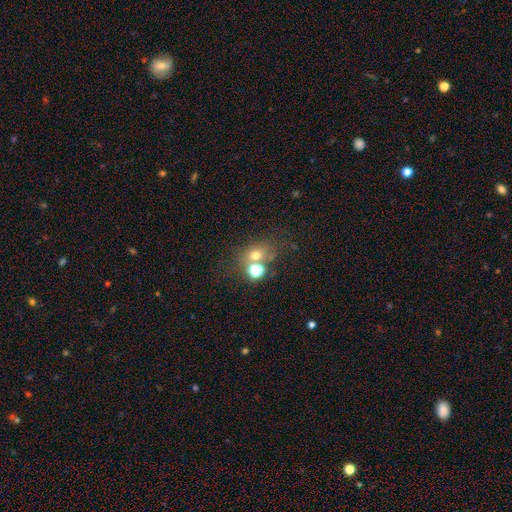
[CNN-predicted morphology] Smooth or featured?
  - smooth: 62% *
  - star or artifact: 22%
  - featured or disk: 15%
How rounded?
  - round: 62% *
  - in between: 37%
  - cigar-shaped: 1%
Merging?
  - none: 52% *
  - merger: 31%
  - minor disturbance: 11%
  - major disturbance: 6%